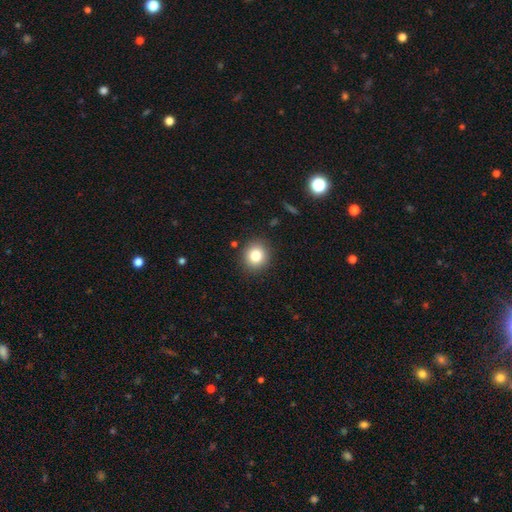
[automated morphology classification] This is clearly a smooth galaxy (82%). How rounded: clearly round (84%). Merging: clearly none (89%).